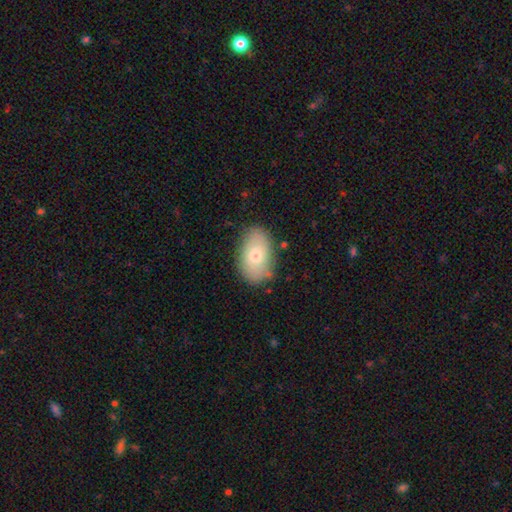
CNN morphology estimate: A smooth galaxy with no disk features (72%) that is in between round and cigar-shaped (90%). Merging: none (80%).